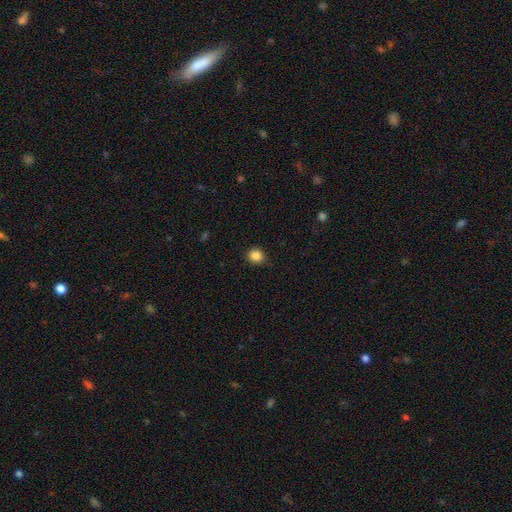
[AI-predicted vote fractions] Morphology: type=smooth (86%); roundness=round (87%); merging=none (87%).